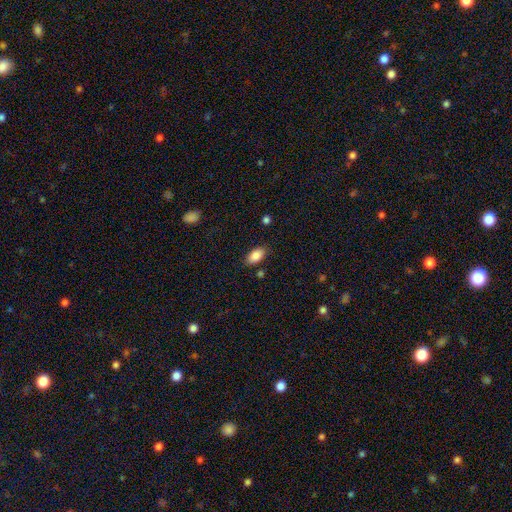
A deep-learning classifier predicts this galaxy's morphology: A smooth galaxy with no disk features (87%) that is in between round and cigar-shaped (93%). Merging: none (83%).